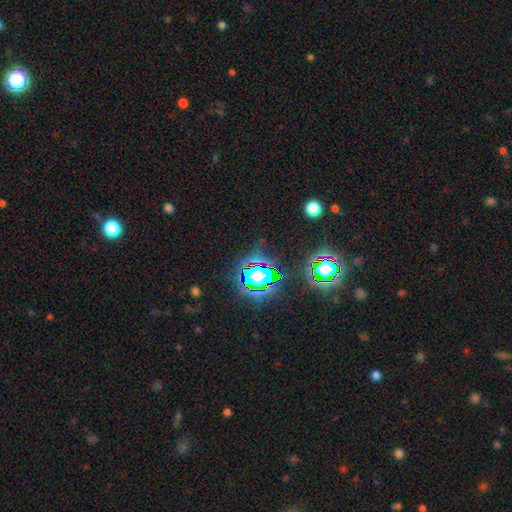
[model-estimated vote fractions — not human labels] Smooth or featured?
  - star or artifact: 81% *
  - smooth: 11%
  - featured or disk: 8%